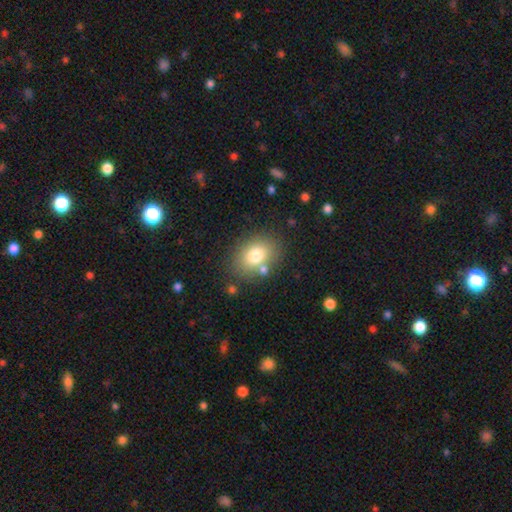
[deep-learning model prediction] This is likely a smooth galaxy (76%). How rounded: likely in between (67%). Merging: likely none (75%).